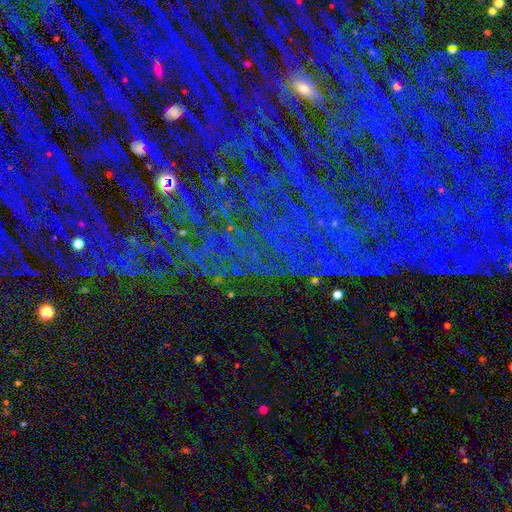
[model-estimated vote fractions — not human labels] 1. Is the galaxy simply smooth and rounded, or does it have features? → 85% star or artifact, 8% featured or disk, 7% smooth.